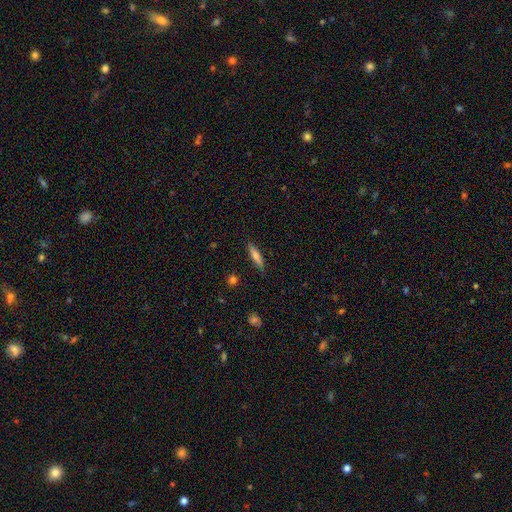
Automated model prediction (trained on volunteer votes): A smooth galaxy with no disk features (63%) that is cigar-shaped (82%).

Vote fractions:
- Smooth or featured? smooth: 63% / featured or disk: 30% / star or artifact: 7%
- How rounded? cigar-shaped: 82% / in between: 16% / round: 2%
- Merging? none: 88% / minor disturbance: 9% / major disturbance: 2% / merger: 1%